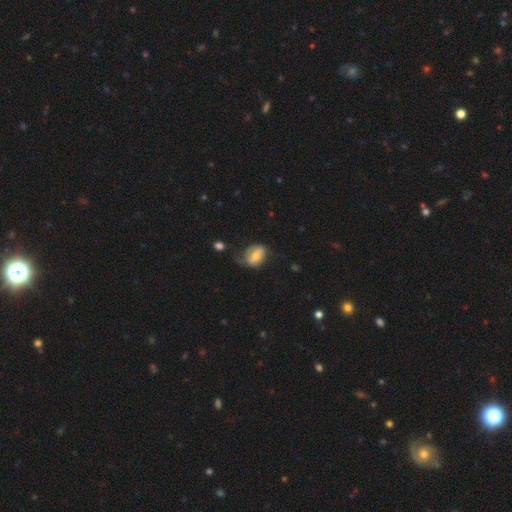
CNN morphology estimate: Smooth or featured: smooth — 62% (featured or disk — 30%)
How rounded: in between — 77% (round — 21%)
Merging: none — 42% (minor disturbance — 36%)